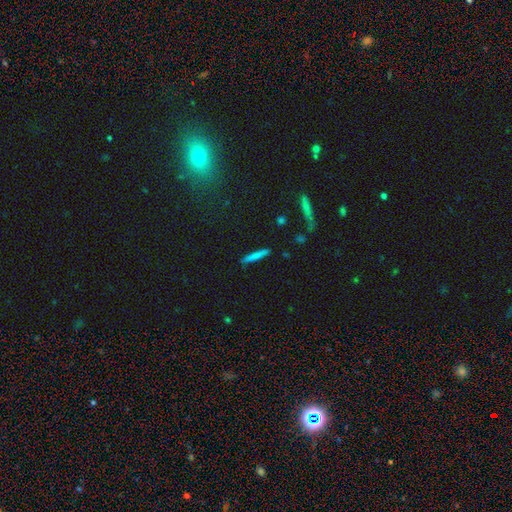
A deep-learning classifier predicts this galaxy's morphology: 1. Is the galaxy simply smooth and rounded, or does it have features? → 76% smooth, 17% featured or disk, 8% star or artifact.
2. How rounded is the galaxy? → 93% cigar-shaped, 5% in between, 2% round.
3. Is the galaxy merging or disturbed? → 87% none, 9% minor disturbance, 2% merger, 2% major disturbance.